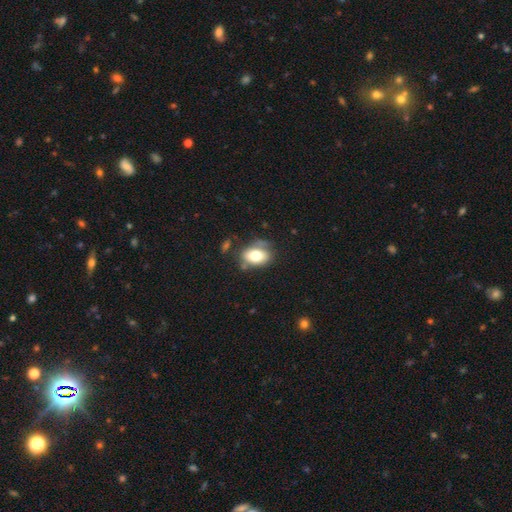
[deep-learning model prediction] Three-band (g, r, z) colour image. It shows a smooth galaxy with no disk features (73%) that is in between round and cigar-shaped (77%). Merging: none (58%).